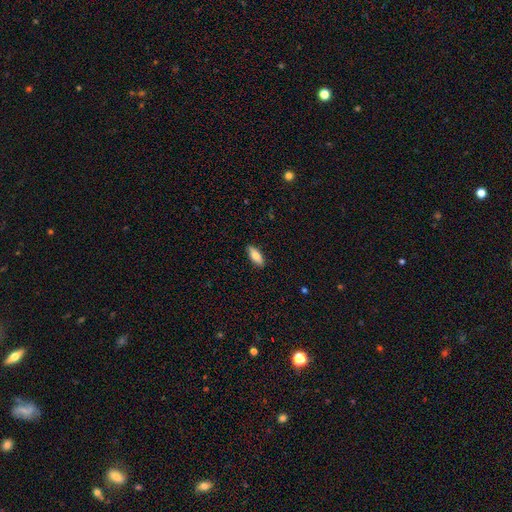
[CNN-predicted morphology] smooth 79%, featured or disk 15%, star or artifact 6%. Down the decision tree: how rounded — in between (73%); merging — none (89%).